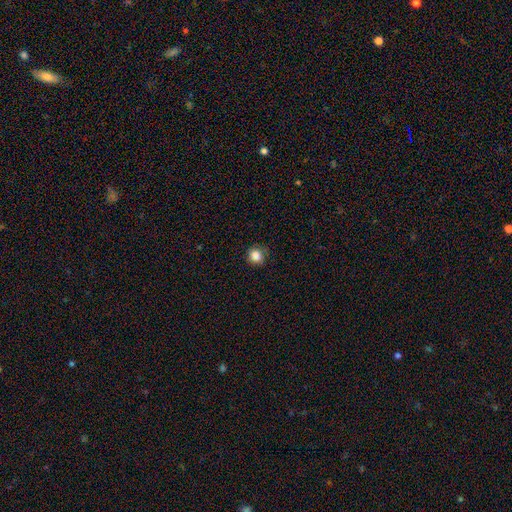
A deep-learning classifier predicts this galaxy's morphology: Q: Smooth or featured?
A: smooth (86%); runner-up: star or artifact (11%)
Q: How rounded?
A: round (87%); runner-up: in between (12%)
Q: Merging?
A: none (82%); runner-up: minor disturbance (14%)